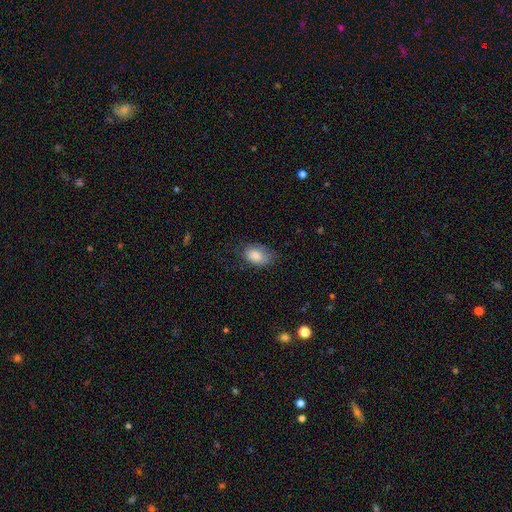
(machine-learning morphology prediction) Smooth or featured? Predicted: smooth (p=0.84). How rounded? Predicted: in between (p=0.89). Merging? Predicted: none (p=0.60).